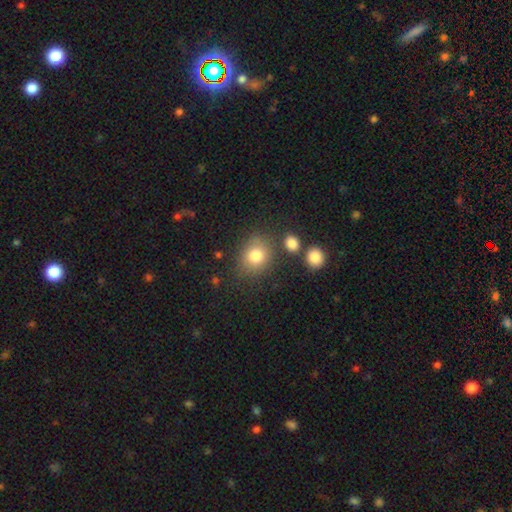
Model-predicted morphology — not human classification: type=smooth (80%); roundness=round (65%); merging=none (74%).